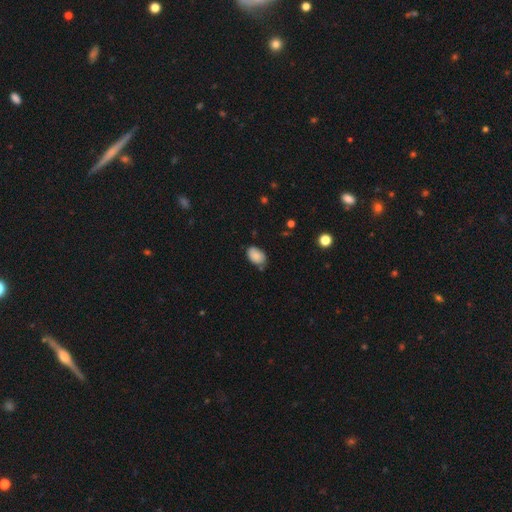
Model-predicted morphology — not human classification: smooth-or-featured: smooth: 84% | star or artifact: 8% | featured or disk: 8%
  how-rounded: in between: 87% | round: 12% | cigar-shaped: 1%
  merging: none: 68% | minor disturbance: 24% | major disturbance: 4% | merger: 3%